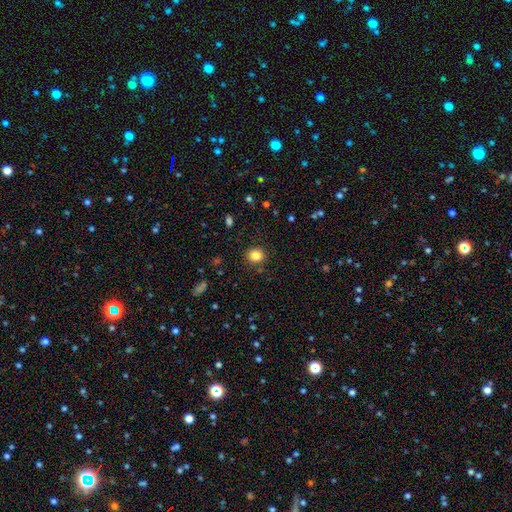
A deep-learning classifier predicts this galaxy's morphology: This is clearly a smooth galaxy (83%). How rounded: clearly round (83%). Merging: clearly none (88%).